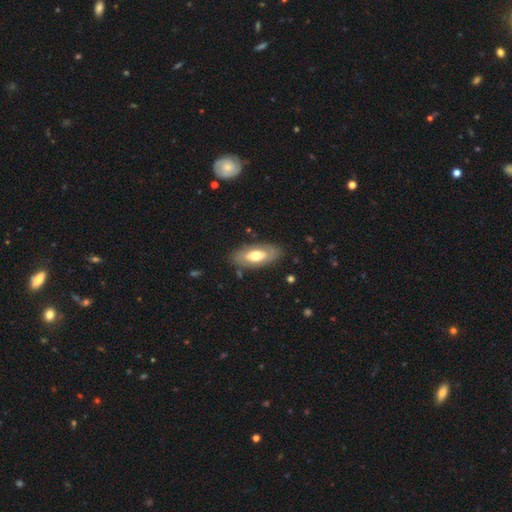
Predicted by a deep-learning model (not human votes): The model was most divided on "smooth or featured": smooth: 53%, featured or disk: 42%, star or artifact: 5%. More confident: how rounded — in between (88%); merging — none (82%).